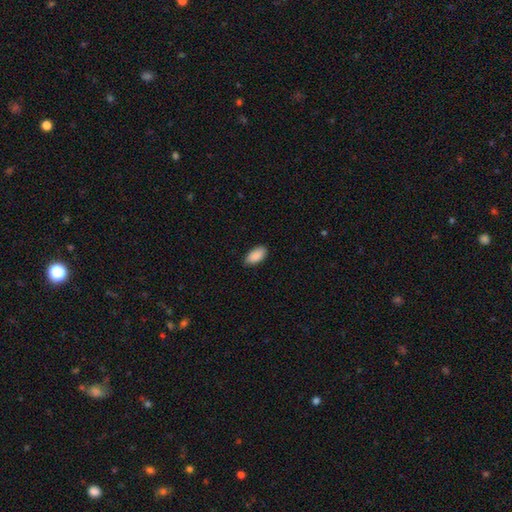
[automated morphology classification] Smooth or featured? smooth (90%)
How rounded? in between (94%)
Merging? none (85%)